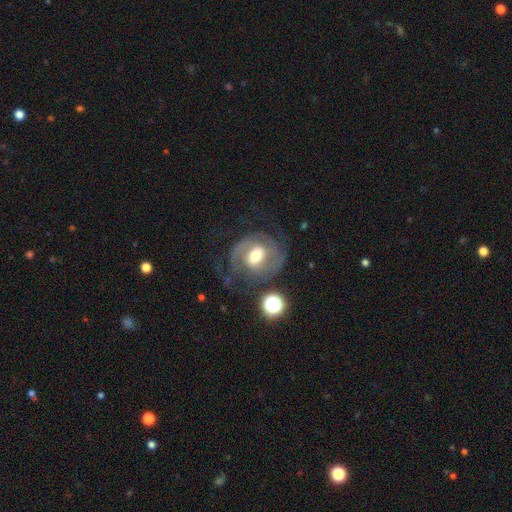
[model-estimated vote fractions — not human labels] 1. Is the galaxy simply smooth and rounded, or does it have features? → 84% featured or disk, 9% smooth, 7% star or artifact.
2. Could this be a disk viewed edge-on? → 98% no, 2% yes.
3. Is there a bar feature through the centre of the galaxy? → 49% weak, 31% no, 19% strong.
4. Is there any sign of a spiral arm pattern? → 94% yes, 6% no.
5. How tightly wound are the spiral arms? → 49% medium, 37% tight, 14% loose.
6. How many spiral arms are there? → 78% 2, 8% can't tell, 5% 3, 5% 1, 2% 4, 2% more than 4.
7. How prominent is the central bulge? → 65% moderate, 17% large, 15% small, 2% dominant, 1% none.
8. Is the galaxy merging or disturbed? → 64% none, 17% major disturbance, 16% minor disturbance, 3% merger.